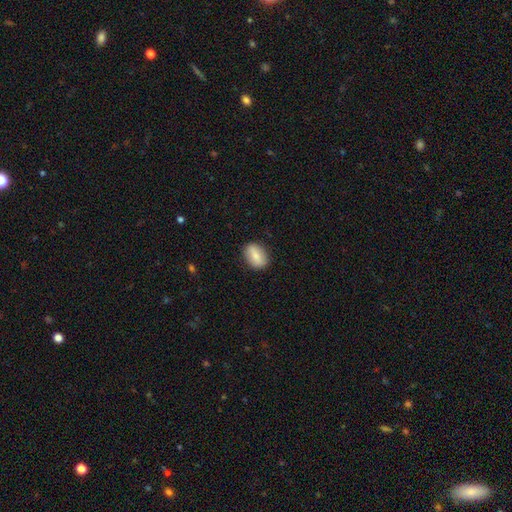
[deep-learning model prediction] Q: Smooth or featured?
A: smooth (73%); runner-up: featured or disk (20%)
Q: How rounded?
A: in between (76%); runner-up: round (21%)
Q: Merging?
A: none (86%); runner-up: minor disturbance (11%)